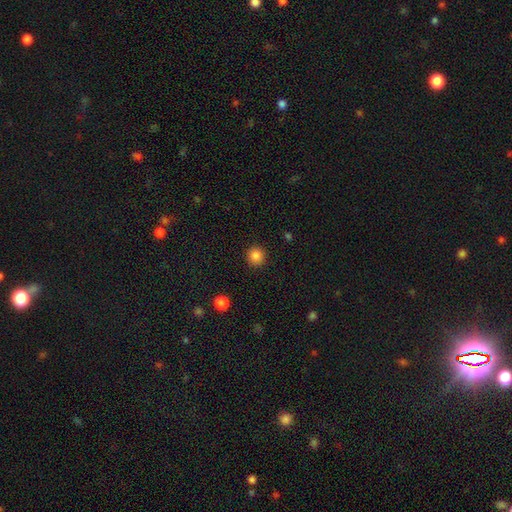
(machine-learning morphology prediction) smooth_or_featured: smooth (p=0.85) [alt: star or artifact p=0.11]
how_rounded: round (p=0.94) [alt: in between p=0.05]
merging: none (p=0.92) [alt: minor disturbance p=0.05]